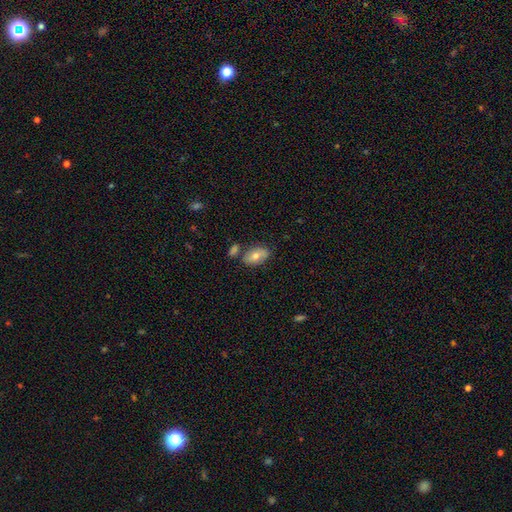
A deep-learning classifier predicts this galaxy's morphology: Smooth or featured? smooth (65%)
How rounded? in between (90%)
Merging? none (69%)